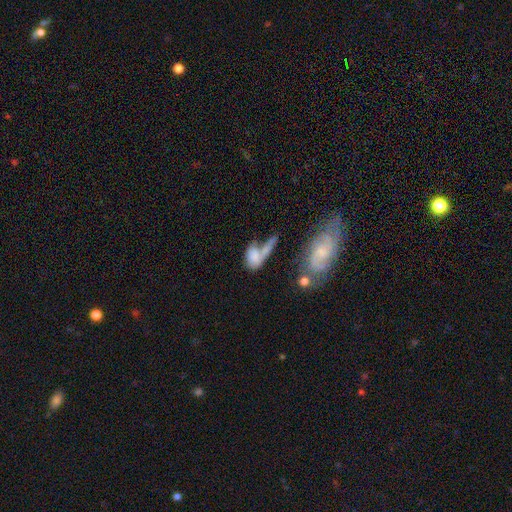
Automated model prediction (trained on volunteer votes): smooth 65%, featured or disk 26%, star or artifact 10%. Down the decision tree: how rounded — in between (81%); merging — merger (50%).